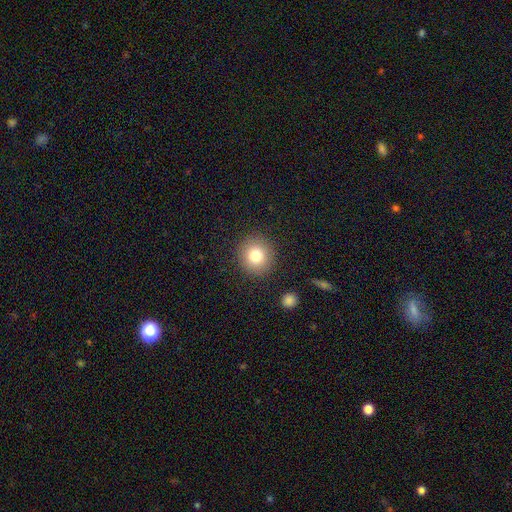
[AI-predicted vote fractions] This is likely a smooth galaxy (80%). How rounded: clearly round (92%). Merging: clearly none (89%).